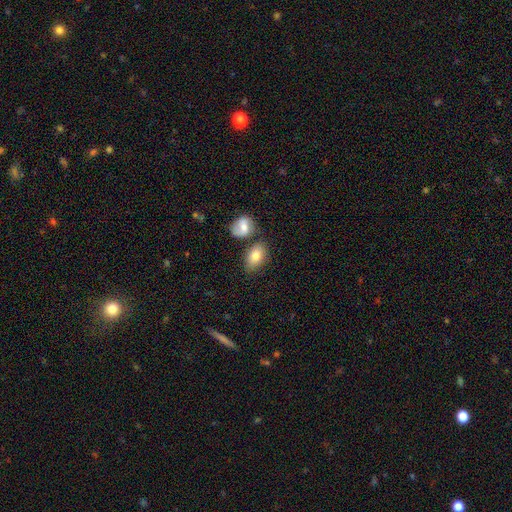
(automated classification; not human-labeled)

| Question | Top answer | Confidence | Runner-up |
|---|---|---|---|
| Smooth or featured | smooth | 77% | featured or disk (15%) |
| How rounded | in between | 87% | round (11%) |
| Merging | none | 64% | merger (17%) |